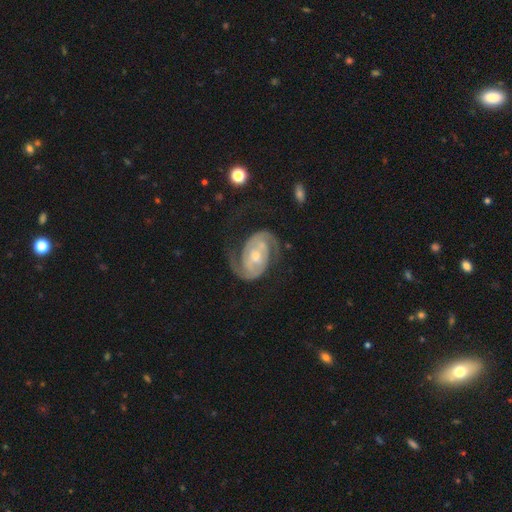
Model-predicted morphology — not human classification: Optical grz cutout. It shows a featured or disk galaxy (92%) with no bar (49%), 2 (92%) medium (46%) spiral arms (98%) and a moderate central bulge (56%). Merging: none (75%).